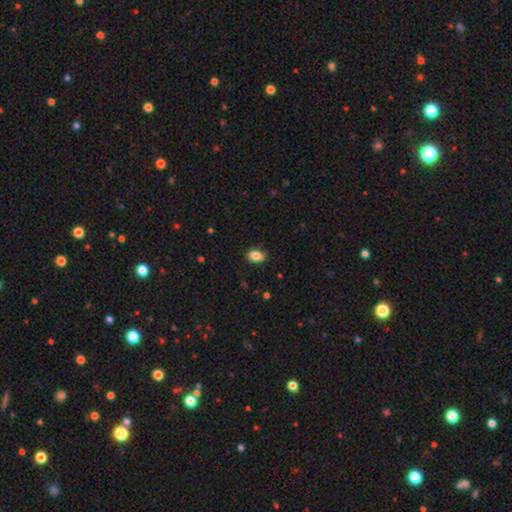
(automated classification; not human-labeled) smooth 87%, star or artifact 8%, featured or disk 5%. Down the decision tree: how rounded — in between (84%); merging — none (84%).